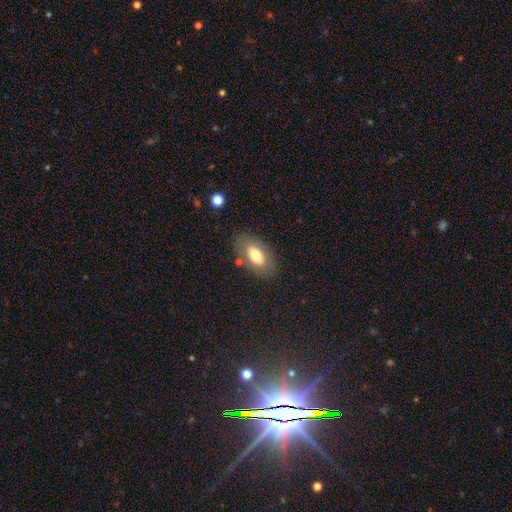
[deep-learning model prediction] Q: Smooth or featured?
A: smooth (65%); runner-up: featured or disk (26%)
Q: How rounded?
A: in between (91%); runner-up: round (6%)
Q: Merging?
A: none (76%); runner-up: minor disturbance (15%)